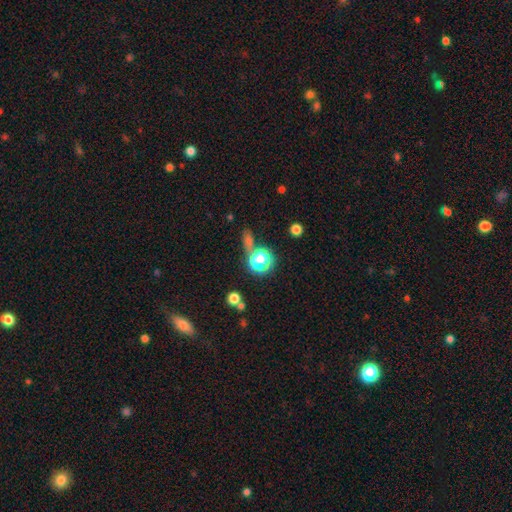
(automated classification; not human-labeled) smooth-or-featured: star or artifact: 51% | smooth: 36% | featured or disk: 12%